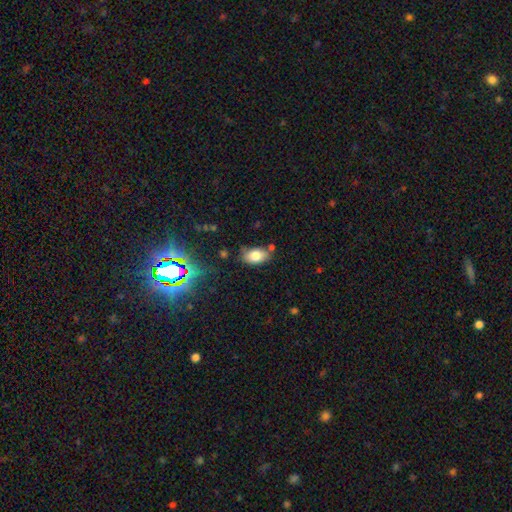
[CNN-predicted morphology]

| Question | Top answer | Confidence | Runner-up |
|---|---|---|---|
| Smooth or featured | smooth | 79% | featured or disk (11%) |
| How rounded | in between | 90% | round (8%) |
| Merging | none | 70% | minor disturbance (19%) |